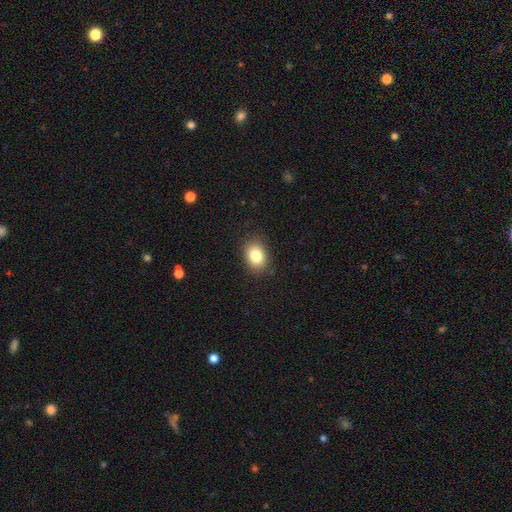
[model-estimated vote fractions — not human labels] smooth_or_featured: smooth (p=0.83) [alt: star or artifact p=0.10]
how_rounded: in between (p=0.65) [alt: round p=0.34]
merging: none (p=0.87) [alt: minor disturbance p=0.09]